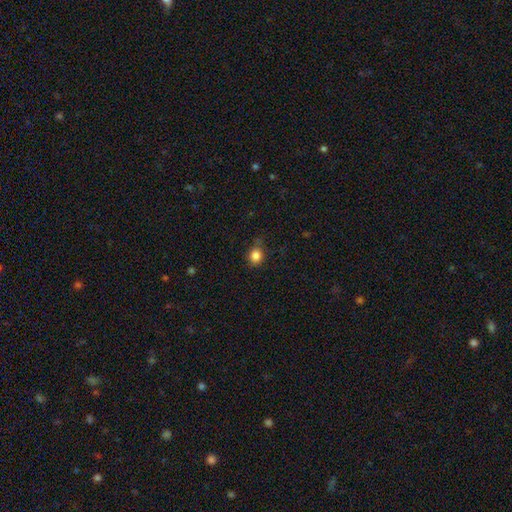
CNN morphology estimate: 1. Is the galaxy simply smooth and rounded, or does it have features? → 84% smooth, 11% star or artifact, 5% featured or disk.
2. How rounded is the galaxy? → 76% round, 23% in between, 1% cigar-shaped.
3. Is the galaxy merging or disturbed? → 71% none, 22% minor disturbance, 5% major disturbance, 2% merger.